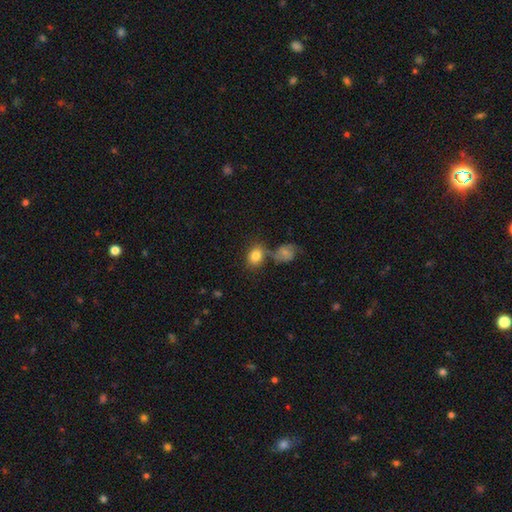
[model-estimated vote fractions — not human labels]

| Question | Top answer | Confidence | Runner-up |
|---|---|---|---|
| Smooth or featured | smooth | 82% | featured or disk (9%) |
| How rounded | in between | 57% | round (42%) |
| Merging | none | 58% | merger (23%) |